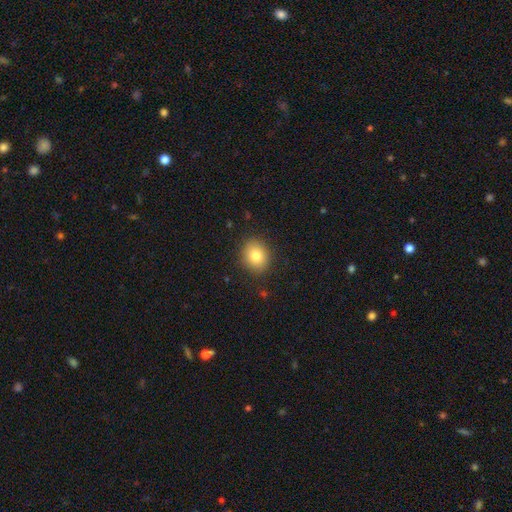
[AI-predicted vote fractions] A smooth galaxy with no disk features (82%) that is round (54%). Merging: none (87%).